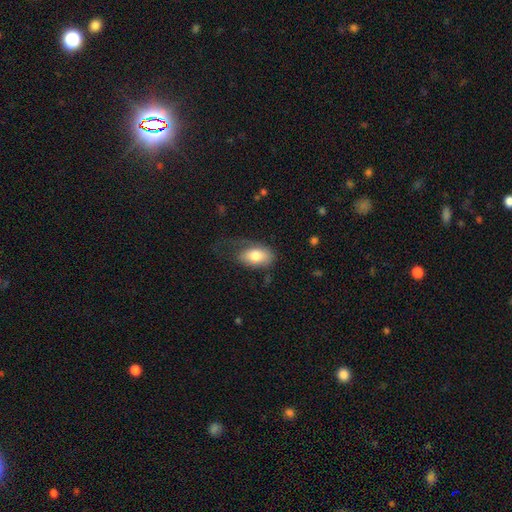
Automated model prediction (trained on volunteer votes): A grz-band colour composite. It shows a smooth galaxy with no disk features (75%) that is in between round and cigar-shaped (93%). Merging: none (40%).